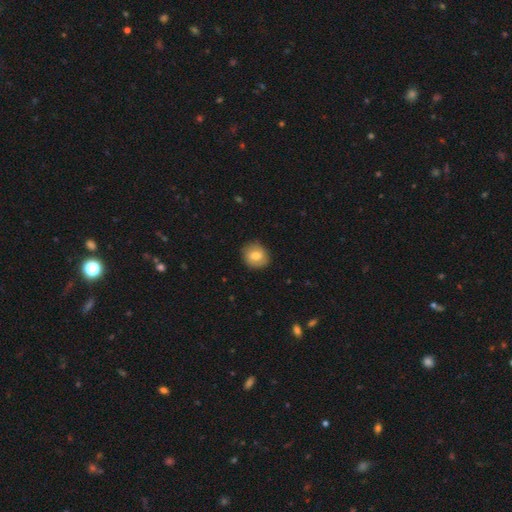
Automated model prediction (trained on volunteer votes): This appears to be a smooth galaxy with no disk features (77%) that is round (77%). Merging: none (87%).